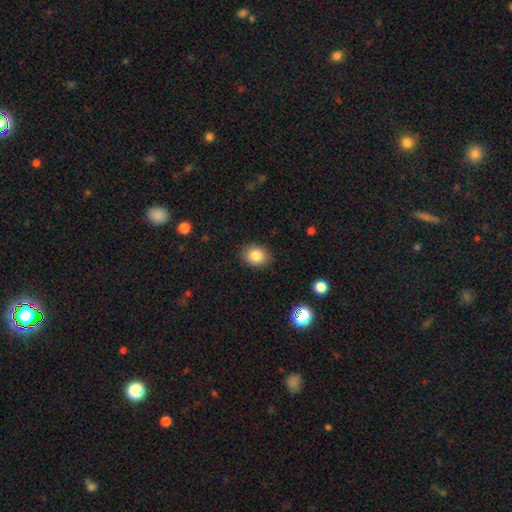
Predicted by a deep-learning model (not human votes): A smooth galaxy with no disk features (85%) that is round (51%).

Vote fractions:
- Smooth or featured? smooth: 85% / star or artifact: 10% / featured or disk: 6%
- How rounded? round: 51% / in between: 48% / cigar-shaped: 1%
- Merging? none: 88% / minor disturbance: 8% / major disturbance: 2% / merger: 1%